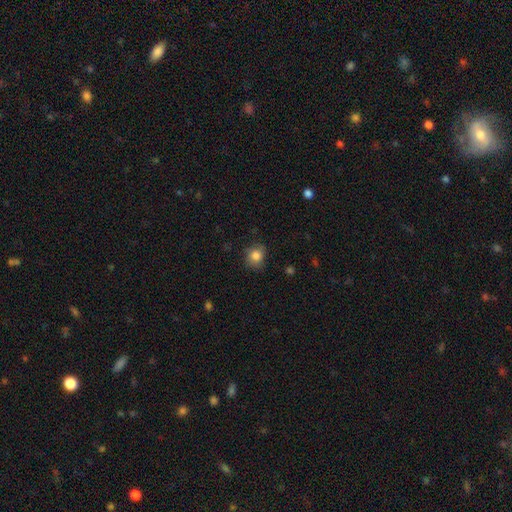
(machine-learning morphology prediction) Smooth or featured?
  - smooth: 84% *
  - star or artifact: 10%
  - featured or disk: 6%
How rounded?
  - round: 76% *
  - in between: 23%
  - cigar-shaped: 1%
Merging?
  - none: 80% *
  - minor disturbance: 16%
  - major disturbance: 3%
  - merger: 1%